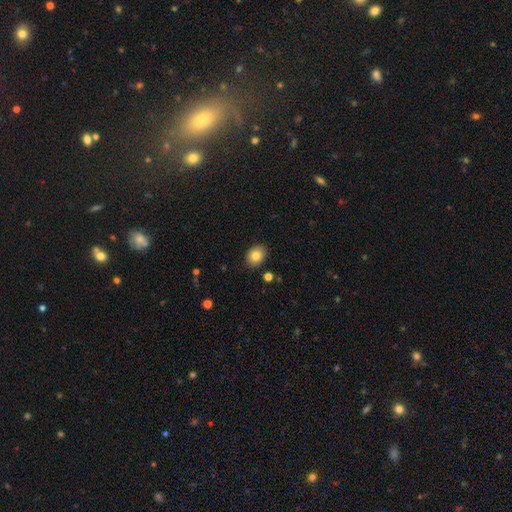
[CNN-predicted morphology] The model was most divided on "how rounded": in between: 59%, round: 40%, cigar-shaped: 1%. More confident: merging — none (88%); smooth or featured — smooth (83%).